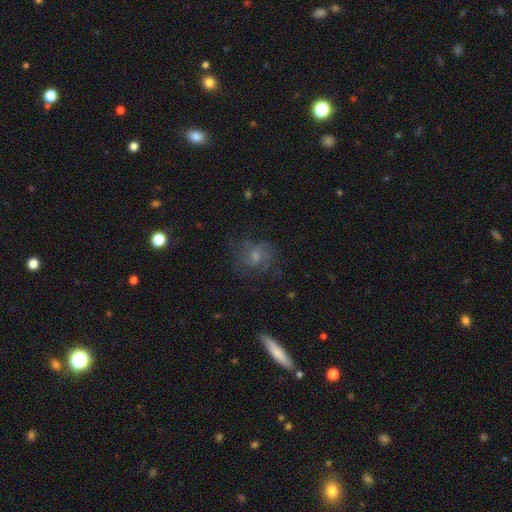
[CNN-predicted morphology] The model was most divided on "smooth or featured": featured or disk: 54%, smooth: 29%, star or artifact: 17%. More confident: edge-on disk — no (93%); merging — none (68%).